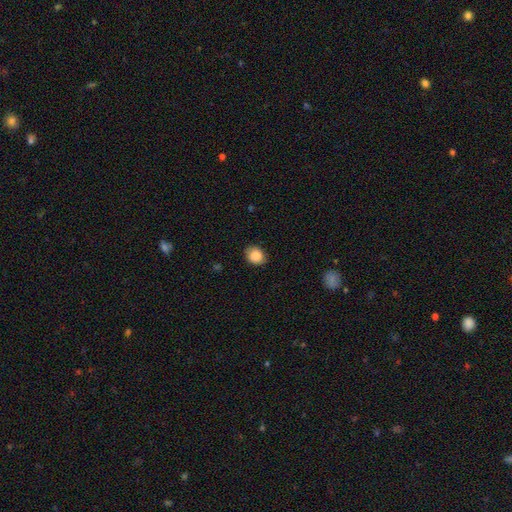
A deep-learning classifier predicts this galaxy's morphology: smooth-or-featured: smooth: 87% | star or artifact: 8% | featured or disk: 5%
  how-rounded: round: 58% | in between: 42% | cigar-shaped: 1%
  merging: none: 80% | minor disturbance: 16% | major disturbance: 3% | merger: 1%